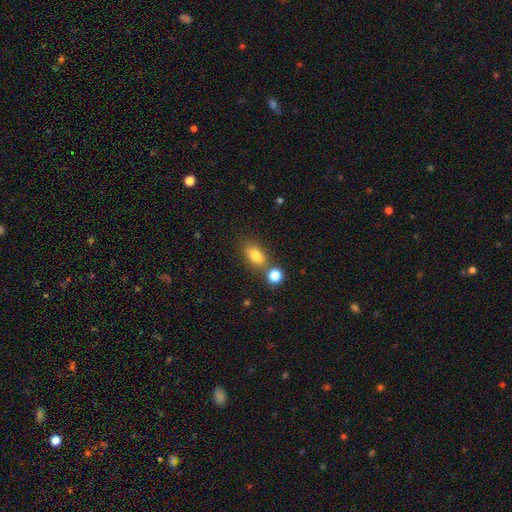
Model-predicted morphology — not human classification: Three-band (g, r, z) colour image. It shows a smooth galaxy with no disk features (79%) that is in between round and cigar-shaped (80%). Merging: none (61%).